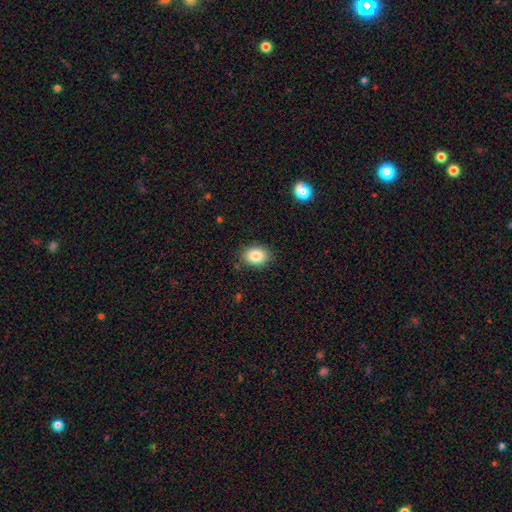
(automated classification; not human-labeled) smooth 86%, star or artifact 8%, featured or disk 5%. Down the decision tree: how rounded — in between (64%); merging — none (85%).